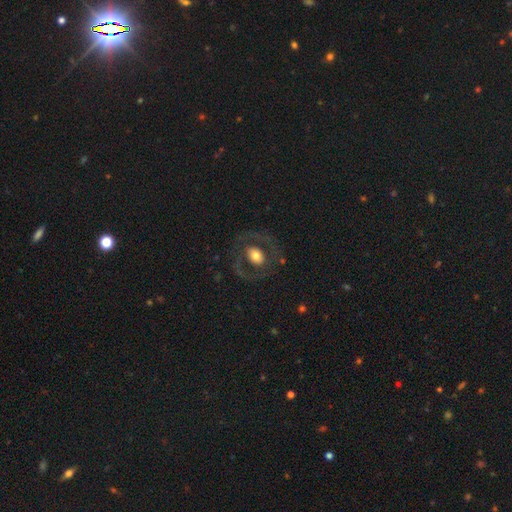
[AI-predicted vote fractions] featured or disk 49%, smooth 44%, star or artifact 7%. Down the decision tree: merging — none (75%).